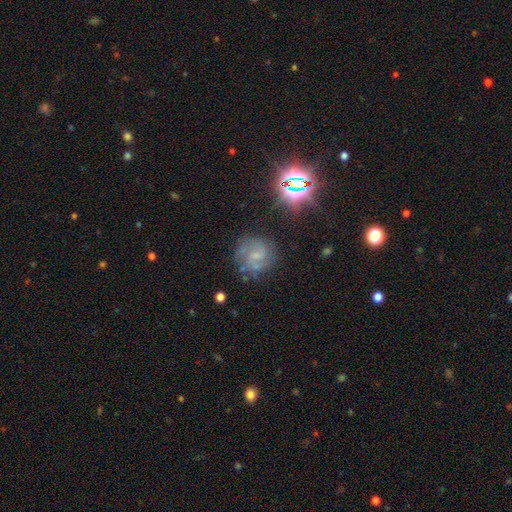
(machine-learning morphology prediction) This appears to be a featured or disk galaxy (67%) with a weak bar (48%), 2 (68%) medium (47%) spiral arms (91%) and a small central bulge (55%). Merging: none (73%).